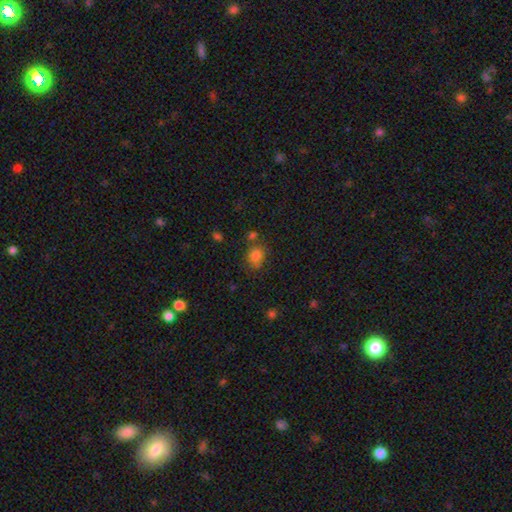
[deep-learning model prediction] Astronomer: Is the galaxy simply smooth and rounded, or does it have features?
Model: smooth — 80%.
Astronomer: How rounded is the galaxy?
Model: round — 63%.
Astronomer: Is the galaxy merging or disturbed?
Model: none — 63%.